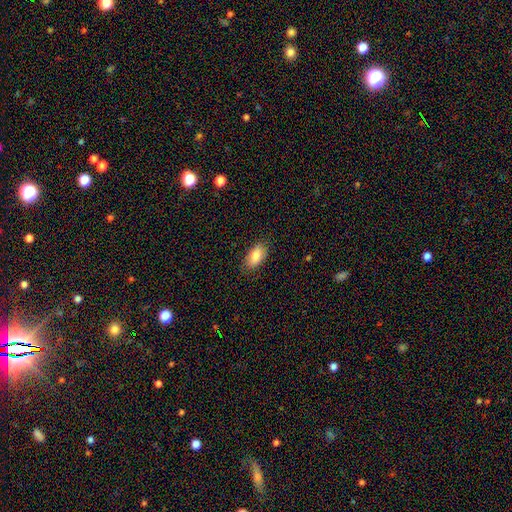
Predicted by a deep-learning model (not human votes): This is clearly a smooth galaxy (86%). How rounded: clearly in between (92%). Merging: clearly none (83%).